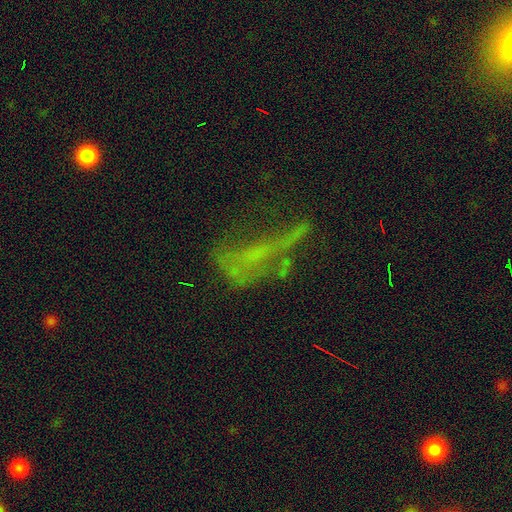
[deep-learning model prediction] Smooth or featured? Predicted: featured or disk (p=0.45). Merging? Predicted: major disturbance (p=0.43).